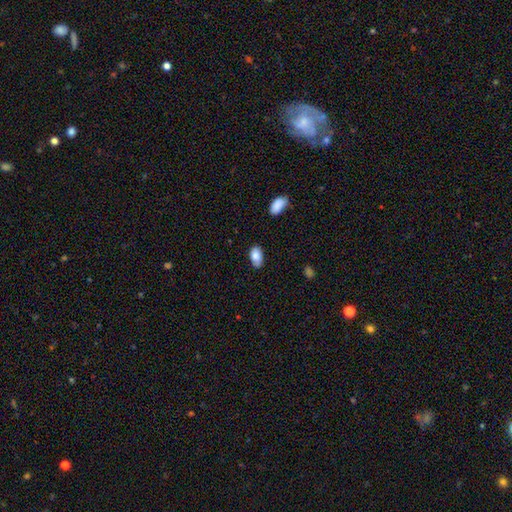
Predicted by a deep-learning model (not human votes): Smooth or featured?
  - smooth: 86% *
  - star or artifact: 7%
  - featured or disk: 7%
How rounded?
  - in between: 94% *
  - round: 4%
  - cigar-shaped: 2%
Merging?
  - none: 77% *
  - minor disturbance: 18%
  - major disturbance: 3%
  - merger: 2%